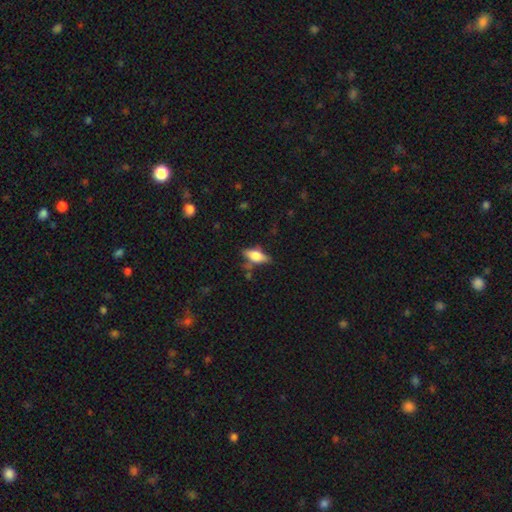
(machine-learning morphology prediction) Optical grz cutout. It shows a smooth galaxy with no disk features (59%) that is in between round and cigar-shaped (73%). Merging: none (66%).